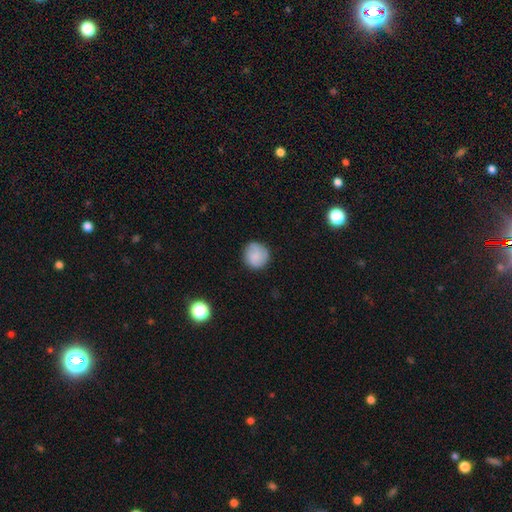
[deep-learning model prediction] Smooth or featured? smooth (80%)
How rounded? round (91%)
Merging? none (82%)